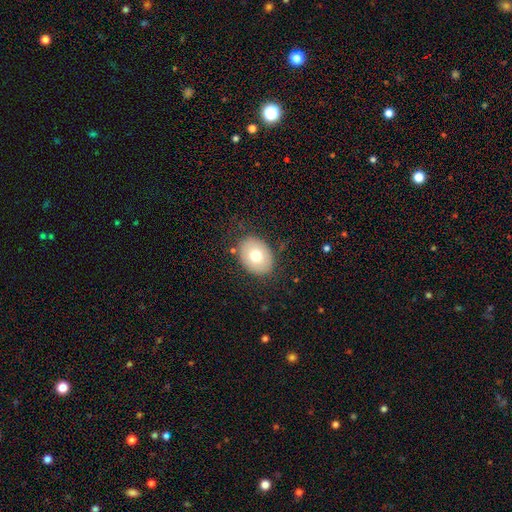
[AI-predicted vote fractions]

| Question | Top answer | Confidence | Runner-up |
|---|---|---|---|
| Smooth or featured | smooth | 72% | featured or disk (20%) |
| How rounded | in between | 68% | round (31%) |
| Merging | none | 83% | minor disturbance (11%) |